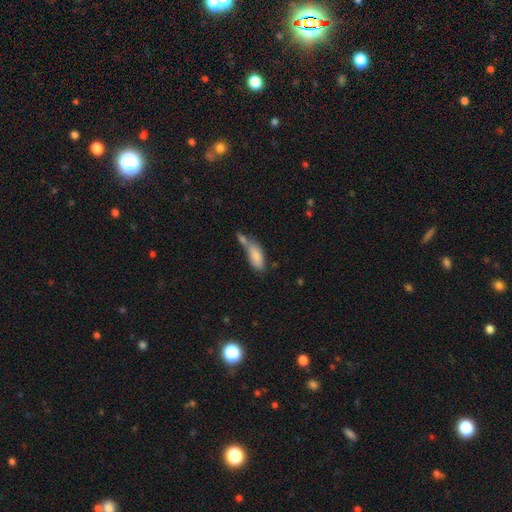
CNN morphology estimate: smooth_or_featured: smooth (p=0.82) [alt: featured or disk p=0.11]
how_rounded: in between (p=0.79) [alt: cigar-shaped p=0.18]
merging: merger (p=0.51) [alt: none p=0.28]